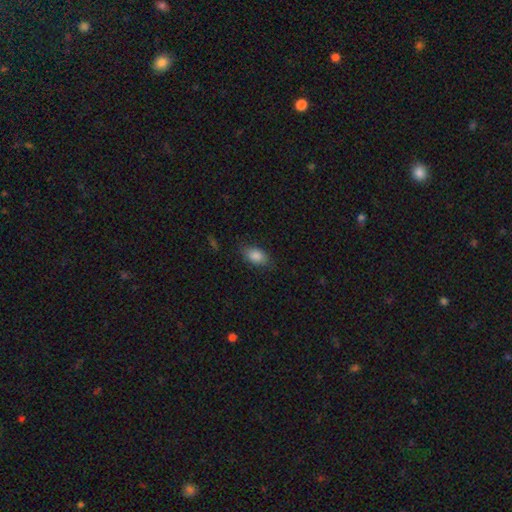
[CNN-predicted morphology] Smooth or featured? smooth (86%)
How rounded? in between (88%)
Merging? none (79%)